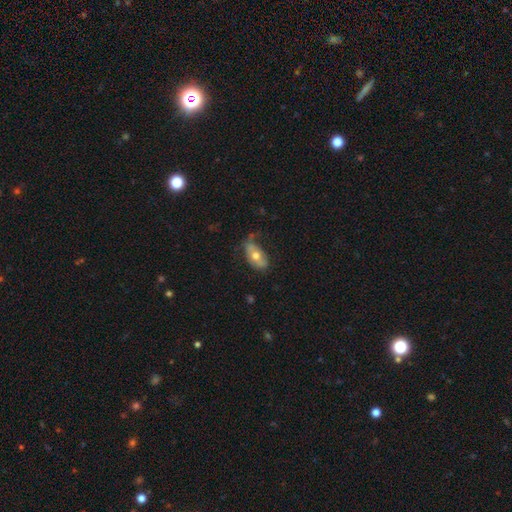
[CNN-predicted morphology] A smooth galaxy with no disk features (53%) that is in between round and cigar-shaped (89%). Merging: none (41%).